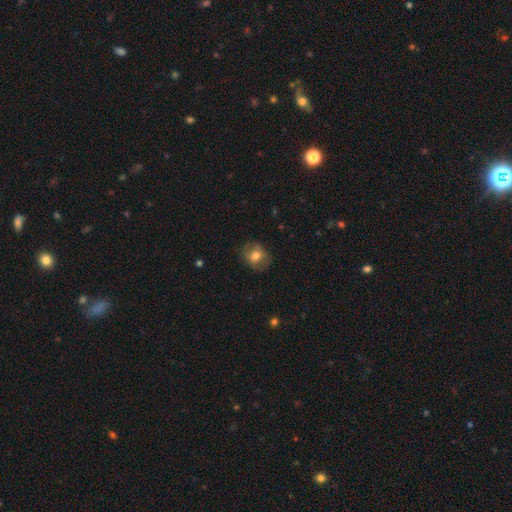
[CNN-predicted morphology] The model was most divided on "how rounded": round: 63%, in between: 36%, cigar-shaped: 1%. More confident: merging — none (79%); smooth or featured — smooth (67%).